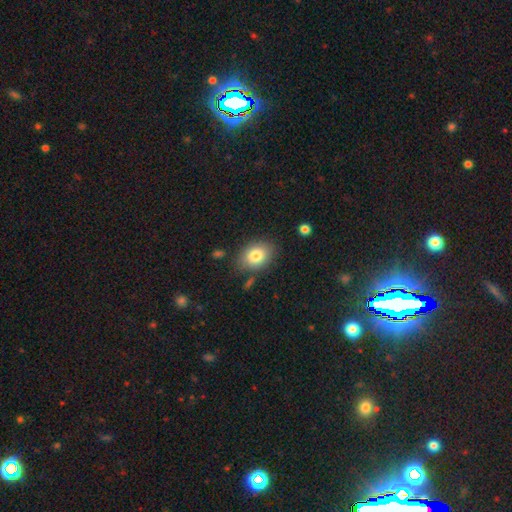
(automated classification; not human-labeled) Smooth or featured: smooth — 81% (featured or disk — 10%)
How rounded: in between — 69% (round — 30%)
Merging: none — 79% (minor disturbance — 14%)